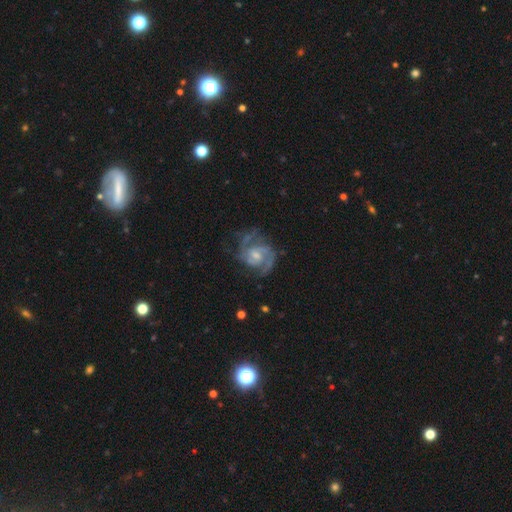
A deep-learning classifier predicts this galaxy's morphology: featured or disk 86%, star or artifact 7%, smooth 7%. Down the decision tree: edge-on disk — no (98%); bar — no (53%); spiral arms — yes (96%); spiral arm count — 2 (58%); spiral winding — medium (49%); bulge size — small (47%); merging — none (66%).